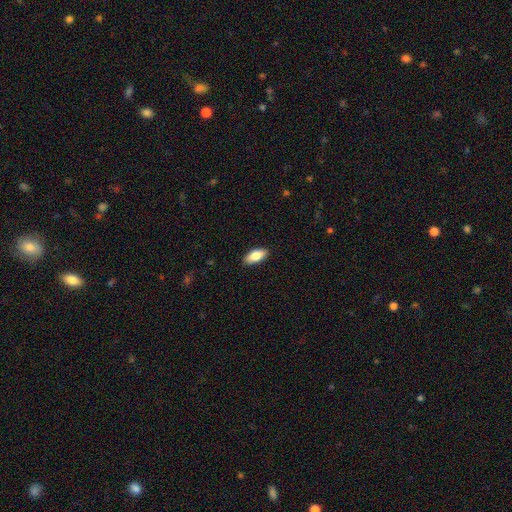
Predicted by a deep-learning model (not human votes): Smooth or featured?
  - smooth: 84% *
  - featured or disk: 10%
  - star or artifact: 6%
How rounded?
  - in between: 89% *
  - cigar-shaped: 9%
  - round: 2%
Merging?
  - none: 88% *
  - minor disturbance: 9%
  - major disturbance: 2%
  - merger: 1%